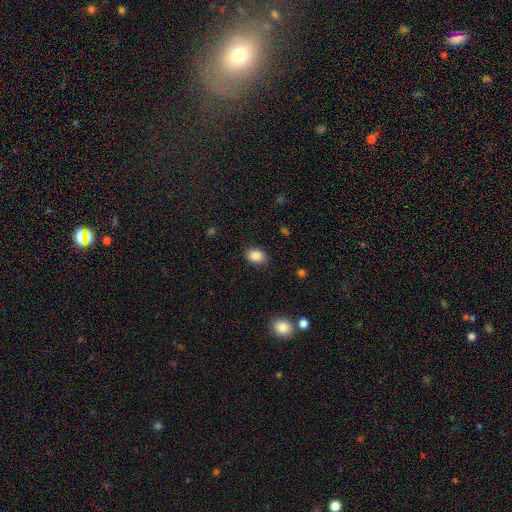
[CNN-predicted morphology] Smooth or featured? Predicted: smooth (p=0.86). How rounded? Predicted: in between (p=0.73). Merging? Predicted: none (p=0.85).